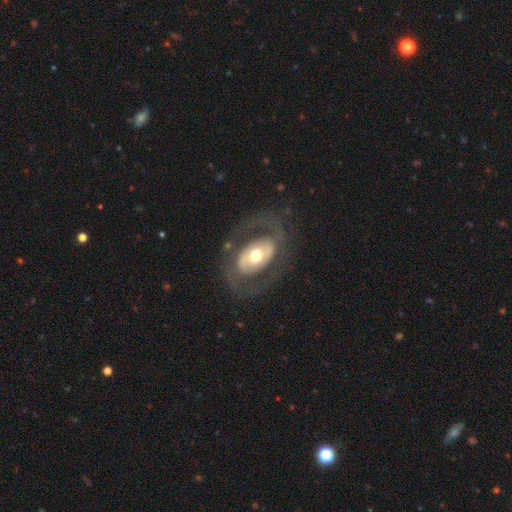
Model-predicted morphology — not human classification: A featured or disk galaxy (65%) with no bar (62%), no spiral arms (64%) and a moderate central bulge (67%).

Vote fractions:
- Smooth or featured? featured or disk: 65% / smooth: 29% / star or artifact: 6%
- Edge-on disk? no: 92% / yes: 8%
- Bar? no: 62% / weak: 22% / strong: 17%
- Spiral arms? no: 64% / yes: 36%
- Bulge size? moderate: 67% / large: 19% / small: 11% / dominant: 2% / none: 1%
- Merging? none: 73% / major disturbance: 13% / minor disturbance: 12% / merger: 1%